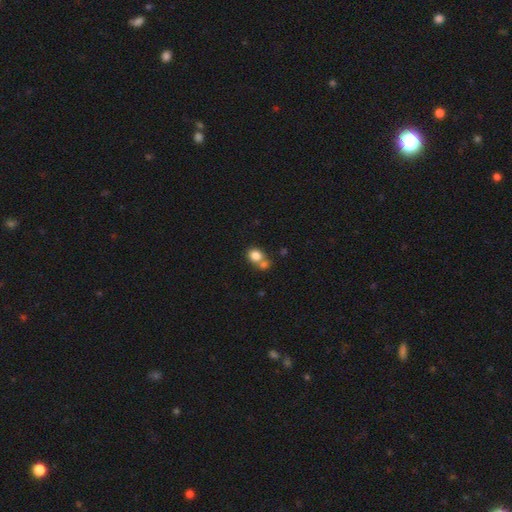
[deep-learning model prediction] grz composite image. It shows a smooth galaxy with no disk features (81%) that is round (63%). Merging: merger (45%).